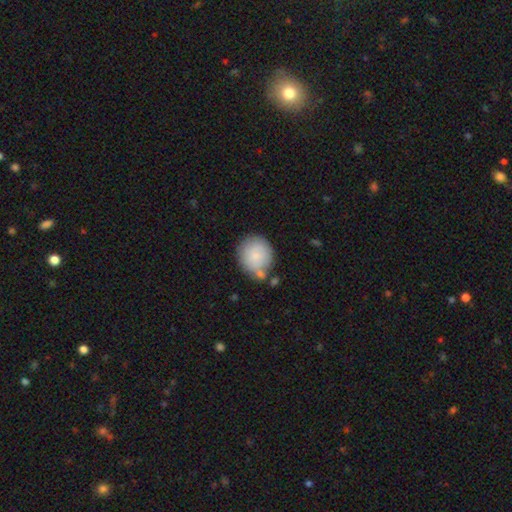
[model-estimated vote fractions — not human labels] Smooth or featured?
  - smooth: 82% *
  - featured or disk: 12%
  - star or artifact: 6%
How rounded?
  - round: 81% *
  - in between: 18%
  - cigar-shaped: 1%
Merging?
  - none: 62% *
  - minor disturbance: 19%
  - merger: 14%
  - major disturbance: 6%